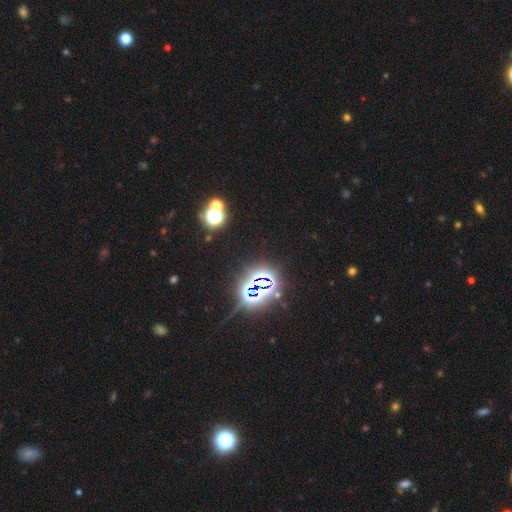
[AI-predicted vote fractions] star or artifact 83%, smooth 11%, featured or disk 6%.